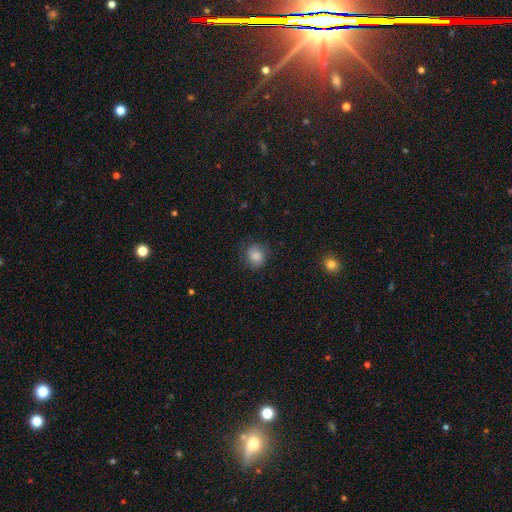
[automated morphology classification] The model was most divided on "merging": none: 76%, minor disturbance: 17%, major disturbance: 6%, merger: 1%. More confident: how rounded — round (80%); smooth or featured — smooth (75%).